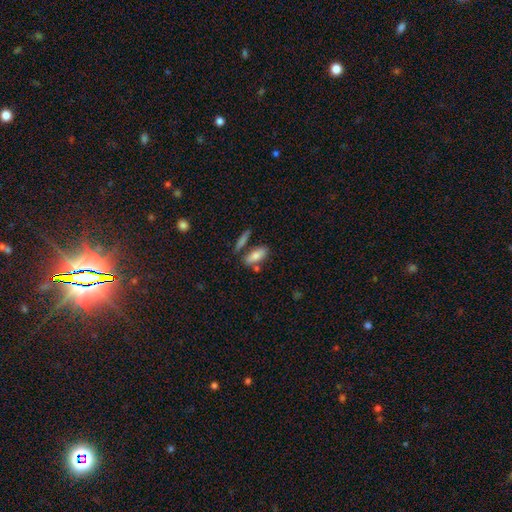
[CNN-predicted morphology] Smooth or featured? smooth (78%)
How rounded? in between (72%)
Merging? none (66%)